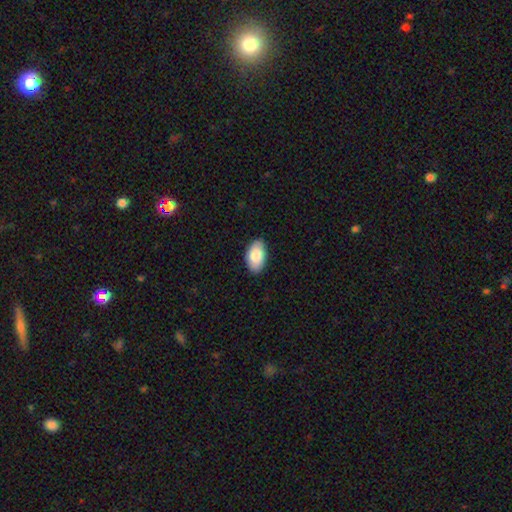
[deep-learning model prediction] The model was most divided on "merging": none: 86%, minor disturbance: 11%, major disturbance: 2%, merger: 1%. More confident: how rounded — in between (95%); smooth or featured — smooth (86%).